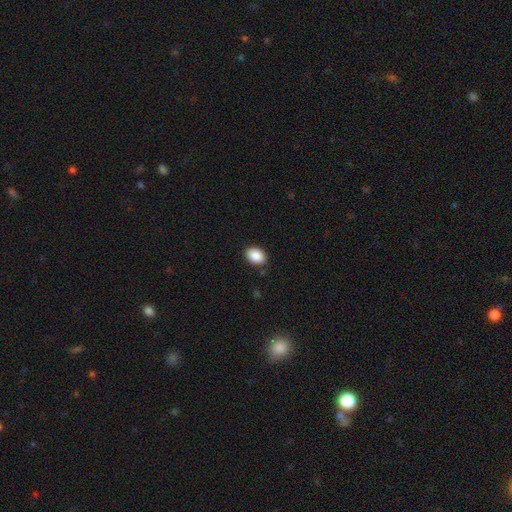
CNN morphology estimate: Smooth or featured? Predicted: smooth (p=0.88). How rounded? Predicted: in between (p=0.73). Merging? Predicted: none (p=0.89).